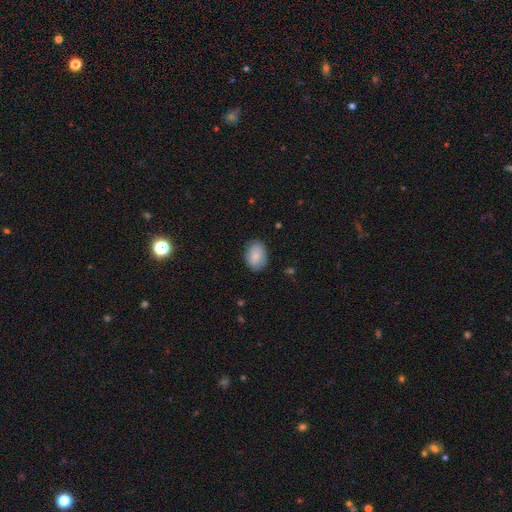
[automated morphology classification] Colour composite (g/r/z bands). It shows a smooth galaxy with no disk features (81%) that is in between round and cigar-shaped (78%). Merging: none (78%).